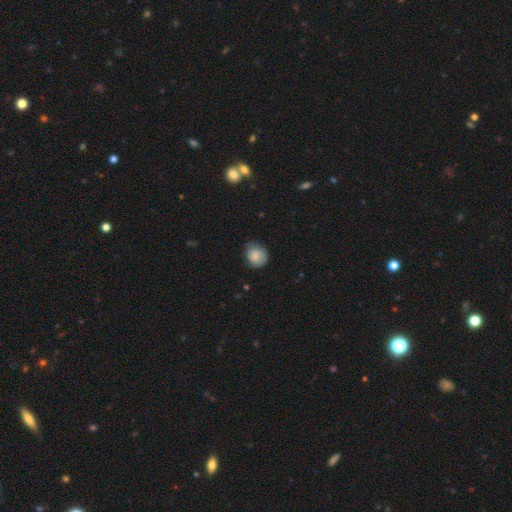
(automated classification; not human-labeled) A smooth galaxy with no disk features (81%) that is round (67%).

Vote fractions:
- Smooth or featured? smooth: 81% / featured or disk: 12% / star or artifact: 8%
- How rounded? round: 67% / in between: 32% / cigar-shaped: 1%
- Merging? none: 67% / minor disturbance: 27% / major disturbance: 5% / merger: 1%